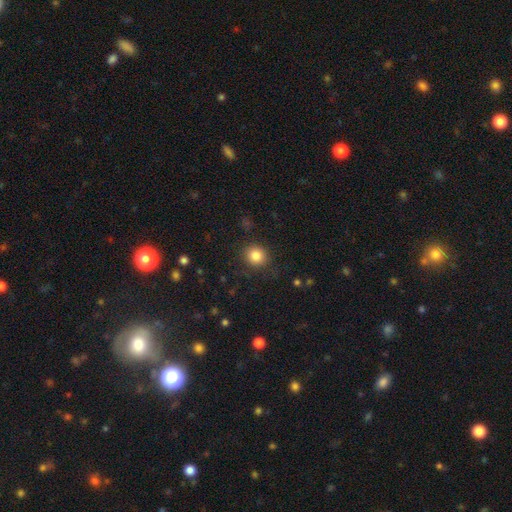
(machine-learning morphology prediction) smooth_or_featured: smooth (p=0.85) [alt: star or artifact p=0.11]
how_rounded: round (p=0.87) [alt: in between p=0.12]
merging: none (p=0.86) [alt: minor disturbance p=0.09]